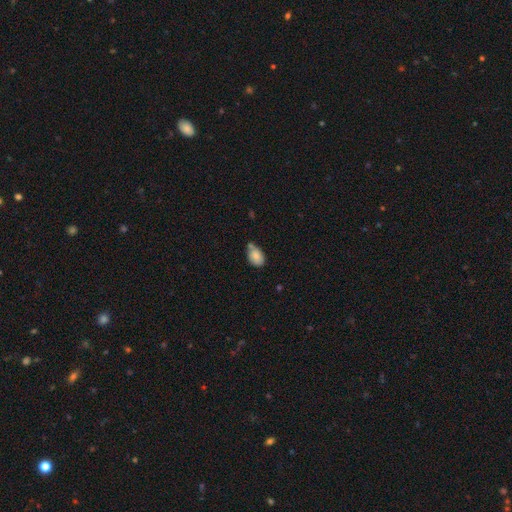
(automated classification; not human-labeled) A smooth galaxy with no disk features (80%) that is in between round and cigar-shaped (82%). Merging: none (42%).